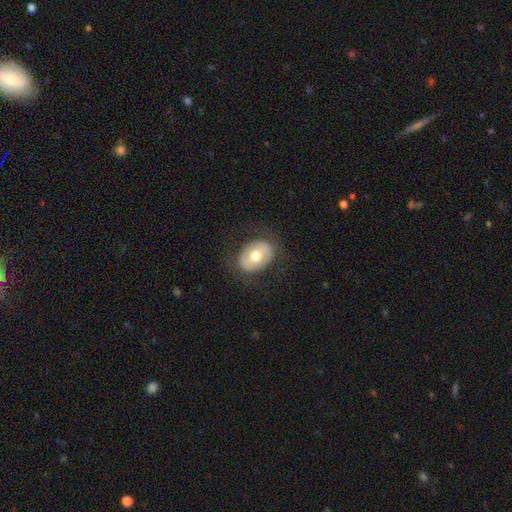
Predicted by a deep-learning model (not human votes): smooth-or-featured: smooth: 53% | featured or disk: 40% | star or artifact: 7%
  how-rounded: in between: 63% | round: 36% | cigar-shaped: 1%
  merging: none: 79% | minor disturbance: 13% | major disturbance: 7% | merger: 1%